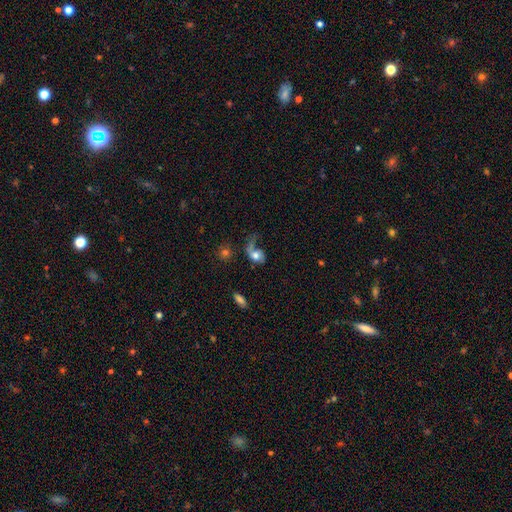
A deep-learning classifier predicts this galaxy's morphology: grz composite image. It shows a smooth galaxy with no disk features (51%) that is in between round and cigar-shaped (60%). Merging: major disturbance (53%).